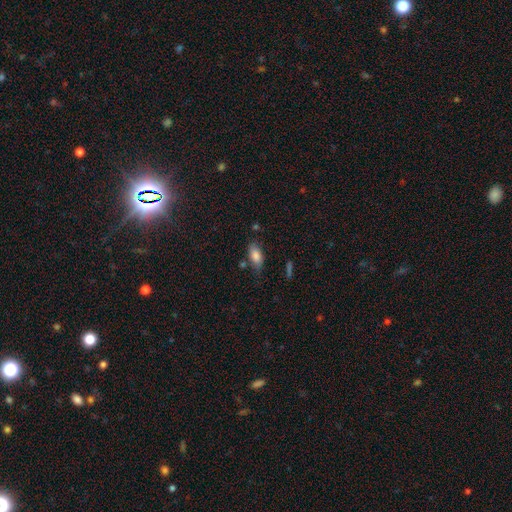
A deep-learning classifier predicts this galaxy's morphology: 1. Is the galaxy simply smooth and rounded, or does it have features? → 81% smooth, 12% featured or disk, 7% star or artifact.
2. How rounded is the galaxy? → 87% in between, 9% cigar-shaped, 3% round.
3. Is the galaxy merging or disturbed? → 66% none, 23% minor disturbance, 6% major disturbance, 5% merger.